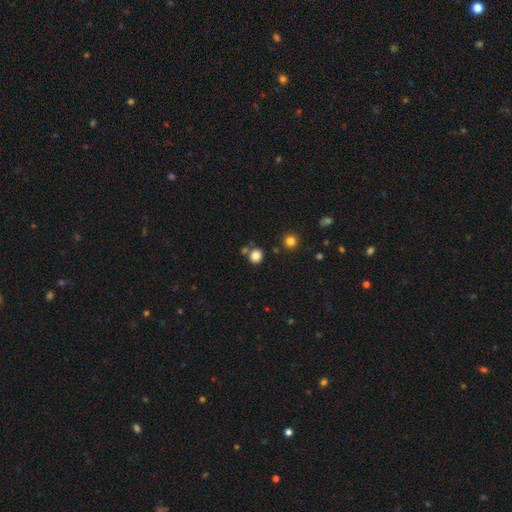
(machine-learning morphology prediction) This appears to be a smooth galaxy with no disk features (82%) that is round (86%). Merging: none (76%).